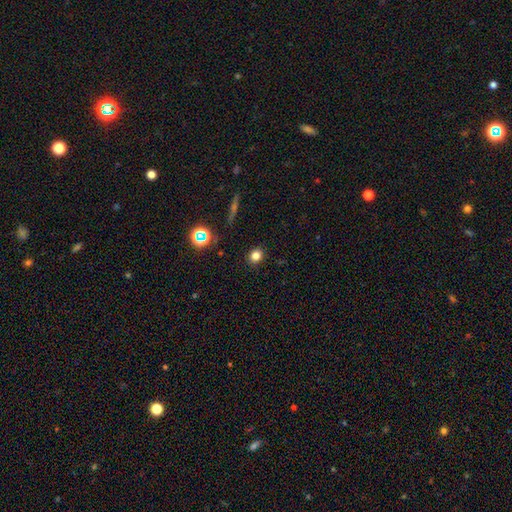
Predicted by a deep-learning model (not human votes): This is likely a smooth galaxy (78%). How rounded: likely round (71%). Merging: clearly none (90%).